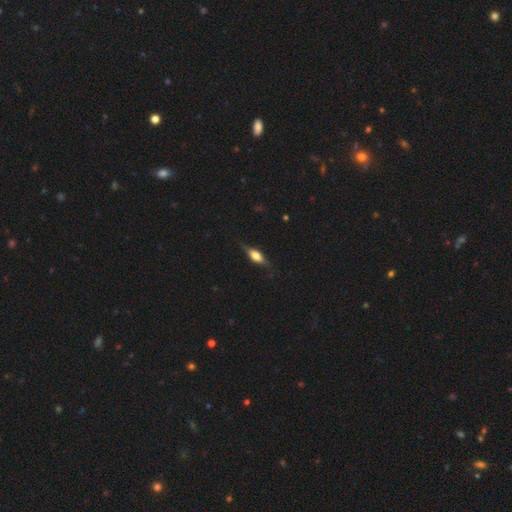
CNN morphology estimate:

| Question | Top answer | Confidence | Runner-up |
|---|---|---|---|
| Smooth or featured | featured or disk | 51% | smooth (41%) |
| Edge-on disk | yes | 92% | no (8%) |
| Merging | none | 80% | minor disturbance (15%) |